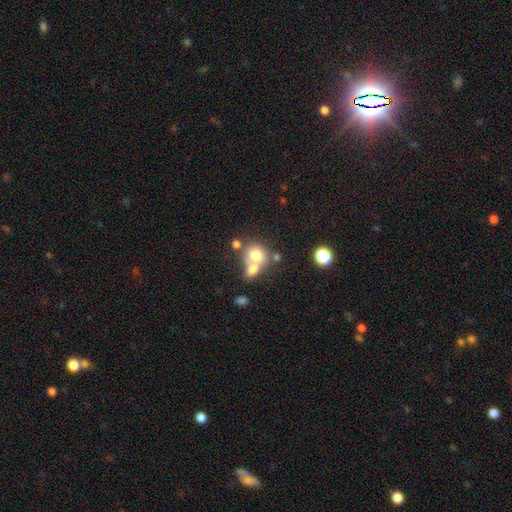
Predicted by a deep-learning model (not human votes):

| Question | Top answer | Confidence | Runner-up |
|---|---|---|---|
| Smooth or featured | smooth | 71% | featured or disk (18%) |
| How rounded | round | 67% | in between (32%) |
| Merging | merger | 57% | none (30%) |